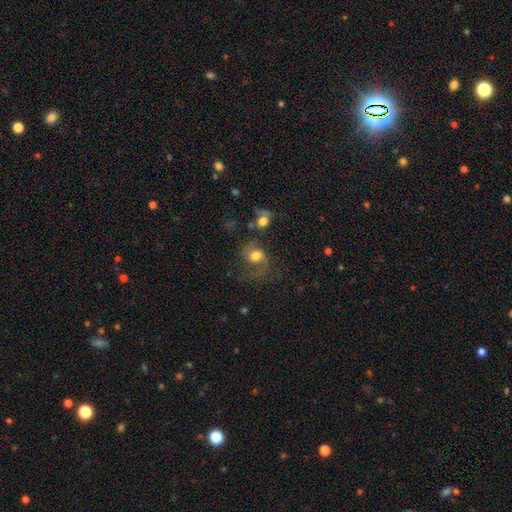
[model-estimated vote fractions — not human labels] Smooth or featured: featured or disk — 53% (smooth — 37%)
Edge-on disk: no — 97% (yes — 3%)
Bar: no — 65% (weak — 29%)
Spiral arms: yes — 85% (no — 15%)
Bulge size: moderate — 54% (large — 32%)
Merging: none — 43% (major disturbance — 28%)